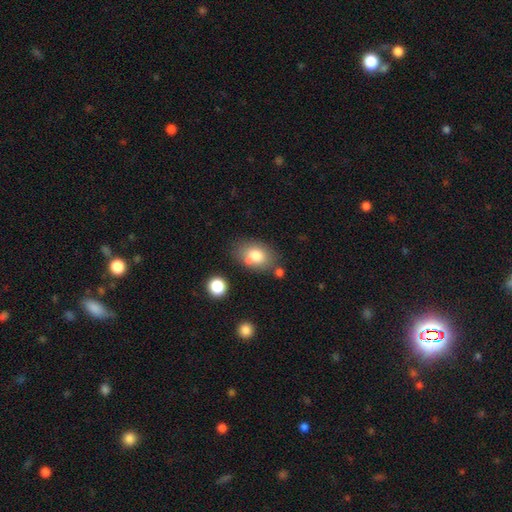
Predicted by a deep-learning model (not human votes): Q: Smooth or featured?
A: smooth (78%); runner-up: featured or disk (13%)
Q: How rounded?
A: in between (78%); runner-up: round (21%)
Q: Merging?
A: none (63%); runner-up: minor disturbance (20%)